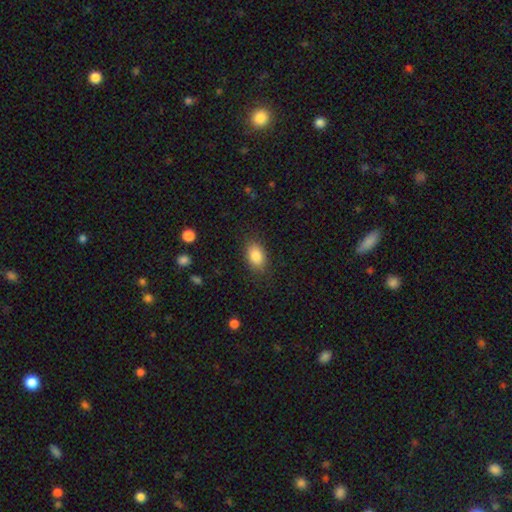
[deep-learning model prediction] Morphology: type=smooth (86%); roundness=in between (85%); merging=none (84%).